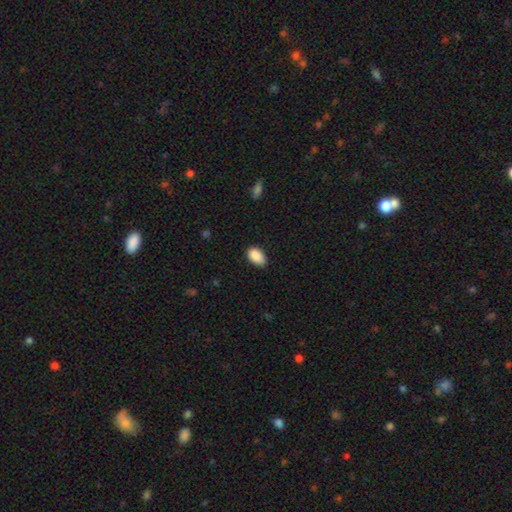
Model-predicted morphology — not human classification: A smooth galaxy with no disk features (90%) that is in between round and cigar-shaped (93%). Merging: none (79%).